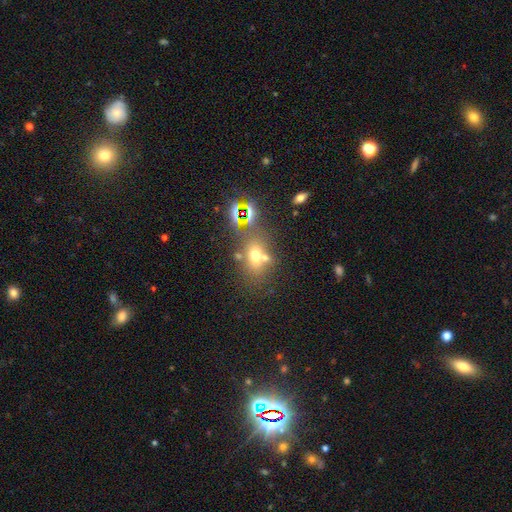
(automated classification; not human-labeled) smooth-or-featured: smooth: 59% | star or artifact: 22% | featured or disk: 19%
  how-rounded: in between: 64% | round: 32% | cigar-shaped: 4%
  merging: none: 51% | merger: 30% | minor disturbance: 12% | major disturbance: 8%